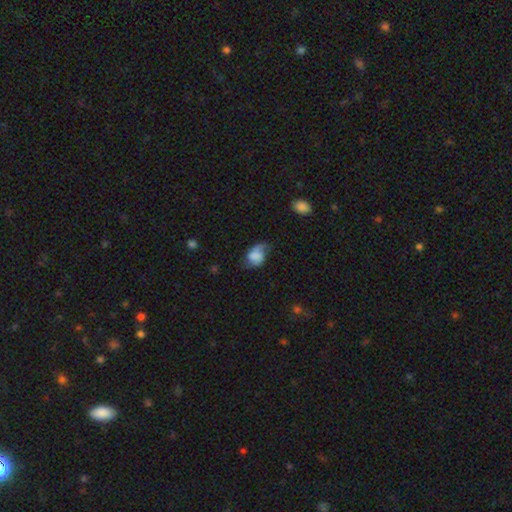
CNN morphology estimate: Smooth or featured?
  - smooth: 57% *
  - featured or disk: 33%
  - star or artifact: 9%
How rounded?
  - in between: 71% *
  - round: 27%
  - cigar-shaped: 1%
Merging?
  - none: 37% *
  - minor disturbance: 35%
  - major disturbance: 25%
  - merger: 3%